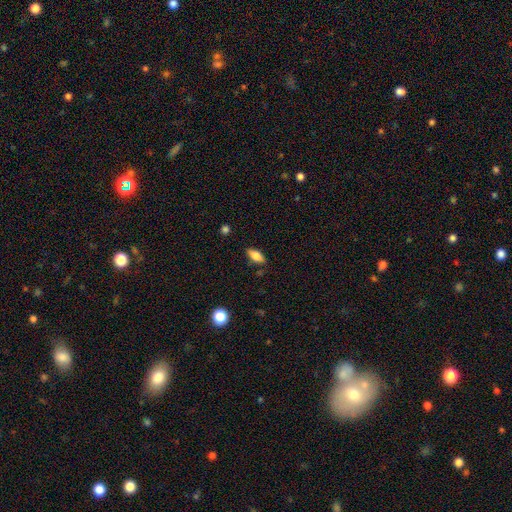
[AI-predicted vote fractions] smooth-or-featured: smooth: 77% | featured or disk: 15% | star or artifact: 8%
  how-rounded: in between: 83% | cigar-shaped: 14% | round: 3%
  merging: none: 83% | minor disturbance: 13% | major disturbance: 3% | merger: 2%